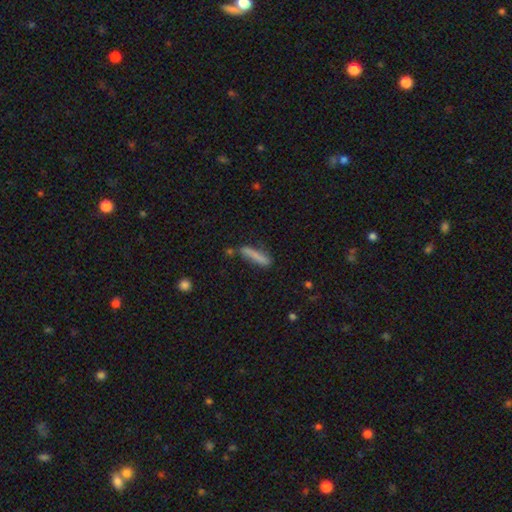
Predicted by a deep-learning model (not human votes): Smooth or featured? Predicted: smooth (p=0.77). How rounded? Predicted: cigar-shaped (p=0.86). Merging? Predicted: none (p=0.69).